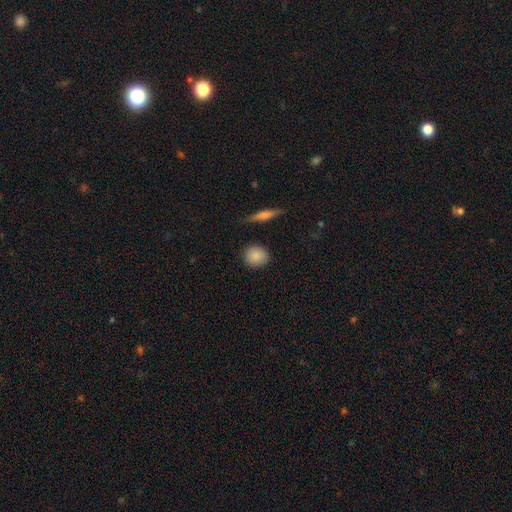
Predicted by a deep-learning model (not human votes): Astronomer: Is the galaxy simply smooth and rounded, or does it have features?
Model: smooth — 87%.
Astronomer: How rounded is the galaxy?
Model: round — 82%.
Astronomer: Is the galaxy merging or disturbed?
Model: none — 87%.